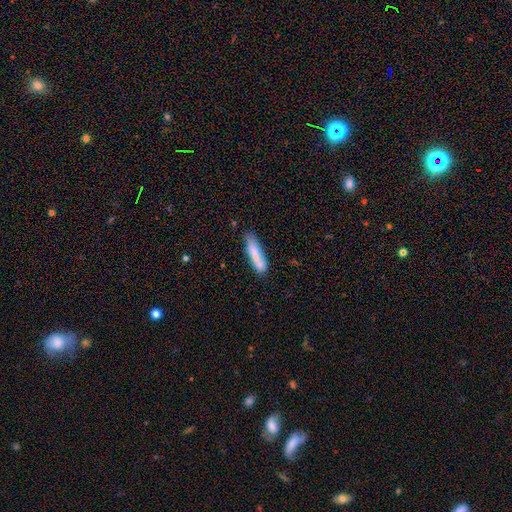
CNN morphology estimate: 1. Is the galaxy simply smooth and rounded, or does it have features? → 73% smooth, 20% featured or disk, 7% star or artifact.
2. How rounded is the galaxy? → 78% cigar-shaped, 21% in between, 2% round.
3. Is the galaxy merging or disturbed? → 65% none, 22% minor disturbance, 8% merger, 5% major disturbance.